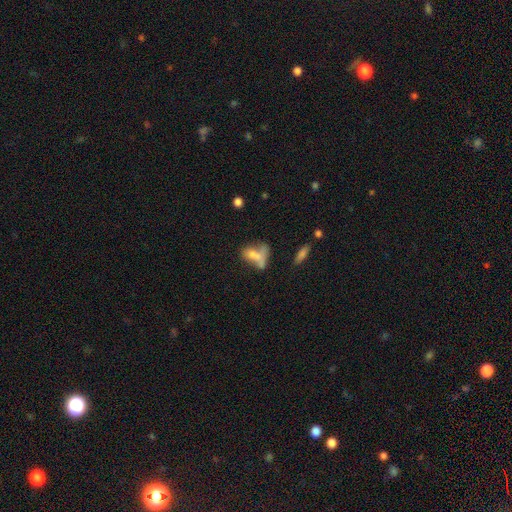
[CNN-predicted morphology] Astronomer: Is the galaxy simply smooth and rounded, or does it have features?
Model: smooth — 62%.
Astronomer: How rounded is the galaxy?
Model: in between — 74%.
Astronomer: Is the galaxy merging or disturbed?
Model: merger — 52%.